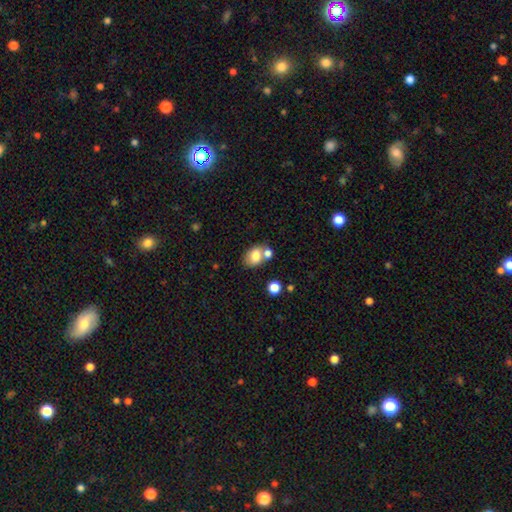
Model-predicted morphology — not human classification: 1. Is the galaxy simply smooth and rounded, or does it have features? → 76% smooth, 14% featured or disk, 9% star or artifact.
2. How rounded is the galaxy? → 67% in between, 32% round, 1% cigar-shaped.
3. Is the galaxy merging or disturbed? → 43% none, 38% merger, 13% minor disturbance, 5% major disturbance.